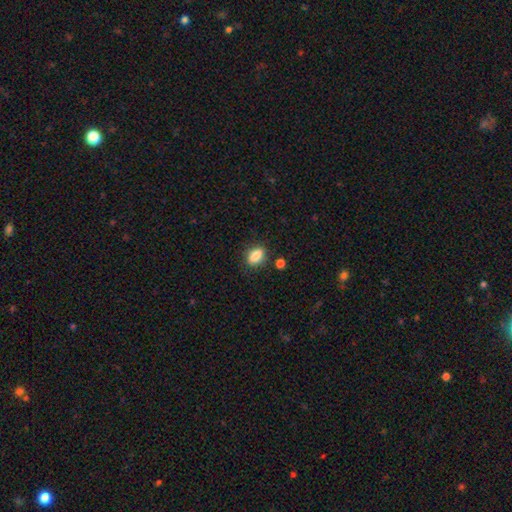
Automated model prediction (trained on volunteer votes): smooth_or_featured: smooth (p=0.85) [alt: star or artifact p=0.08]
how_rounded: in between (p=0.79) [alt: round p=0.15]
merging: none (p=0.83) [alt: minor disturbance p=0.11]